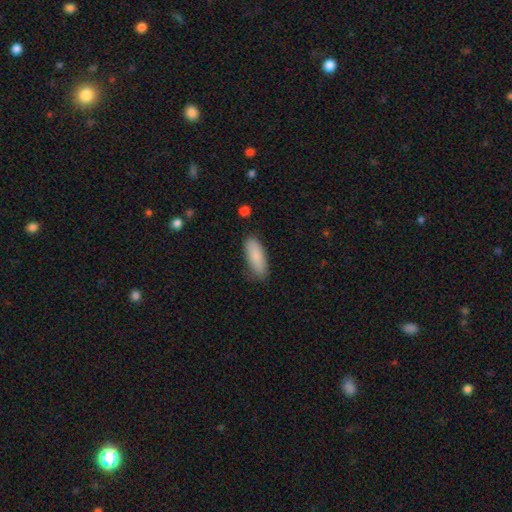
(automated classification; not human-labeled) Overall: smooth (85%). How rounded: in between (74%). Merging: none (80%).